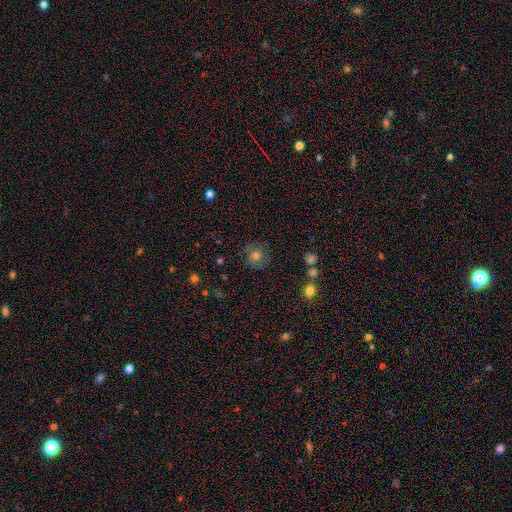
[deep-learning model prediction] smooth-or-featured: smooth: 66% | star or artifact: 17% | featured or disk: 16%
  how-rounded: round: 90% | in between: 9% | cigar-shaped: 1%
  merging: none: 83% | minor disturbance: 11% | major disturbance: 4% | merger: 2%